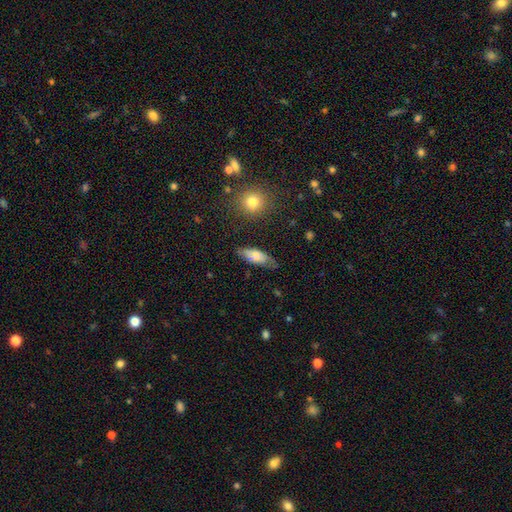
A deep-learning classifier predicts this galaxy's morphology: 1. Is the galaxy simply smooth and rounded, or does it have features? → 62% smooth, 31% featured or disk, 7% star or artifact.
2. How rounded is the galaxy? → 73% in between, 24% cigar-shaped, 3% round.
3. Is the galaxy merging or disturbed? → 66% none, 25% minor disturbance, 6% major disturbance, 2% merger.